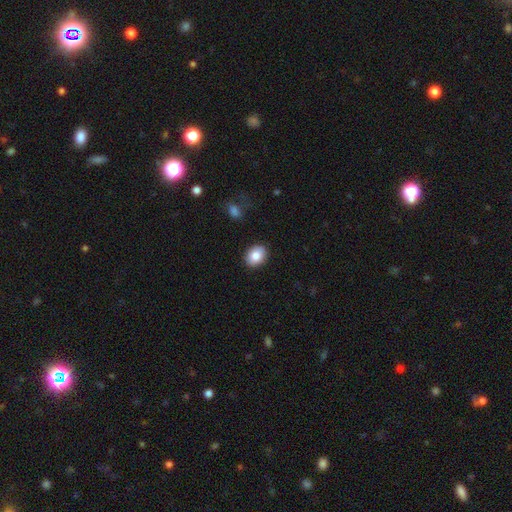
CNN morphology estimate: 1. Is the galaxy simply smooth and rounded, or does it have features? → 84% smooth, 8% featured or disk, 8% star or artifact.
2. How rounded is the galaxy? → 59% in between, 41% round, 1% cigar-shaped.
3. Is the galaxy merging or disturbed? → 89% none, 8% minor disturbance, 2% major disturbance, 1% merger.